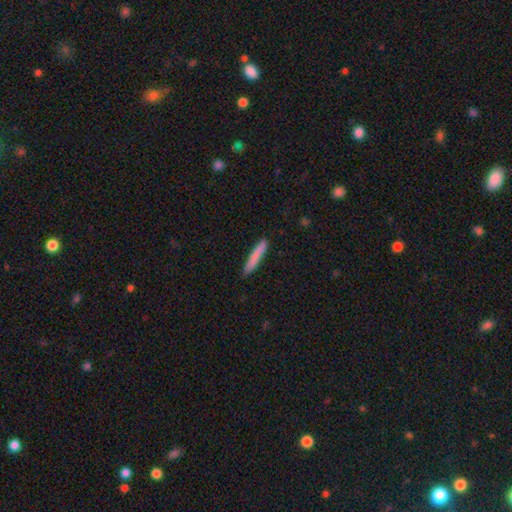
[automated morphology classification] This is clearly a smooth galaxy (82%). How rounded: clearly cigar-shaped (95%). Merging: clearly none (87%).